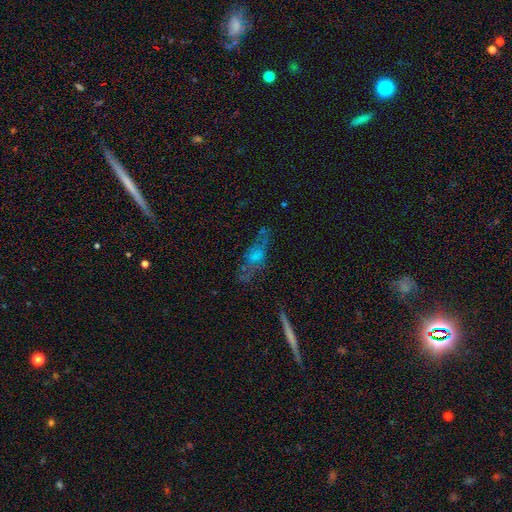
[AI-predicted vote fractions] Smooth or featured? featured or disk (47%)
Merging? none (55%)